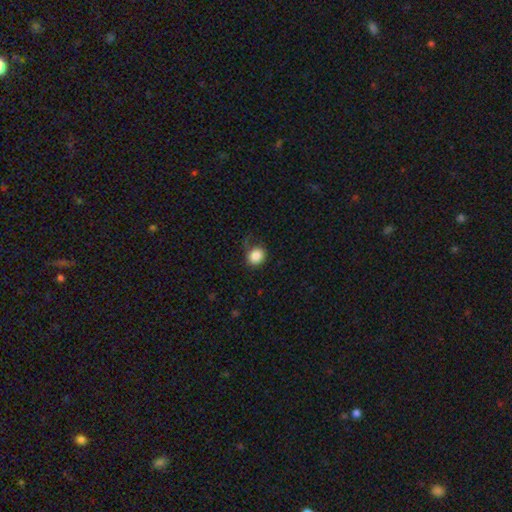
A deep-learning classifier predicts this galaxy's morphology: smooth_or_featured: smooth (p=0.86) [alt: star or artifact p=0.09]
how_rounded: round (p=0.74) [alt: in between p=0.25]
merging: none (p=0.62) [alt: minor disturbance p=0.23]